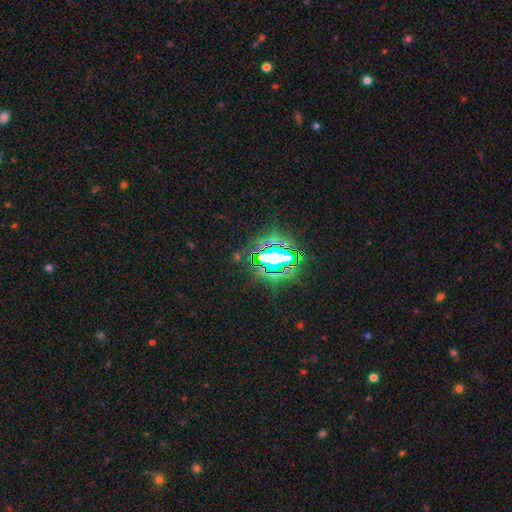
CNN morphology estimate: This is clearly a star or artifact rather than a galaxy (84%).